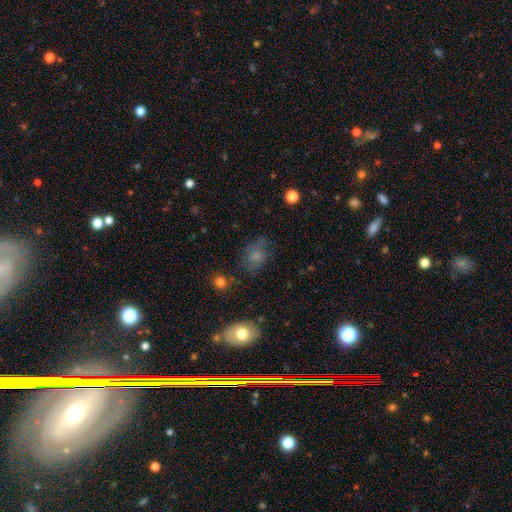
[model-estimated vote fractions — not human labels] The model was most divided on "how rounded": in between: 61%, round: 38%, cigar-shaped: 1%. More confident: smooth or featured — smooth (67%); merging — none (59%).